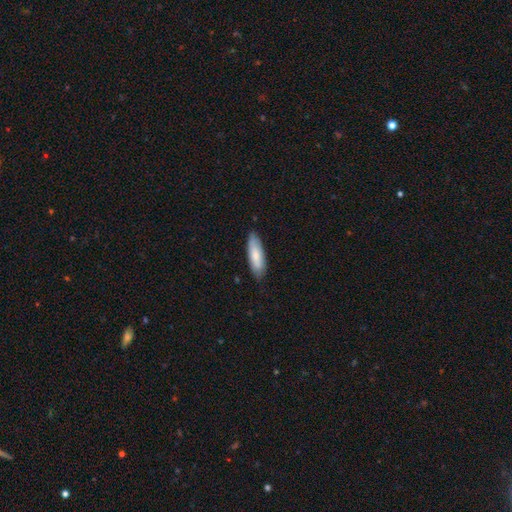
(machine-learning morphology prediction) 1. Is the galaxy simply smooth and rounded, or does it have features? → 76% smooth, 19% featured or disk, 5% star or artifact.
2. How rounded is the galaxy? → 54% in between, 45% cigar-shaped, 1% round.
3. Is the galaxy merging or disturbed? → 81% none, 15% minor disturbance, 2% major disturbance, 1% merger.